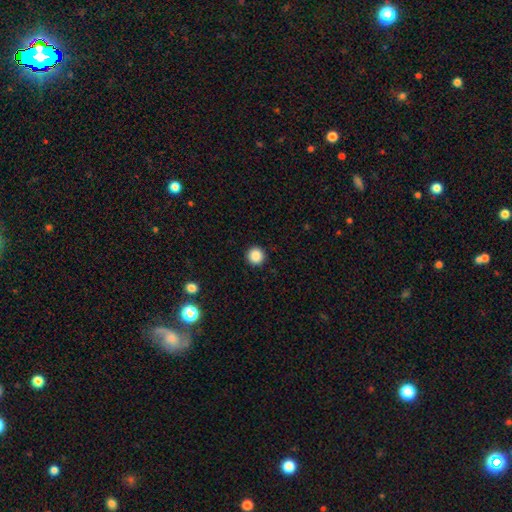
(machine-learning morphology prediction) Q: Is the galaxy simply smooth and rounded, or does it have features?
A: smooth — 88%.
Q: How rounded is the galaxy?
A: round — 96%.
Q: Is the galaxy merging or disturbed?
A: none — 93%.